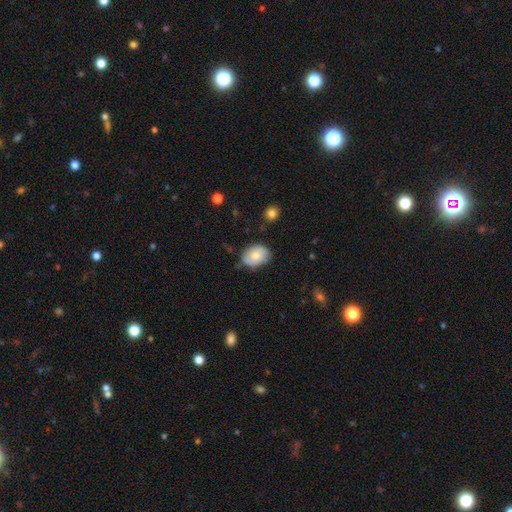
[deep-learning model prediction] smooth_or_featured: smooth (p=0.73) [alt: featured or disk p=0.20]
how_rounded: in between (p=0.72) [alt: round p=0.27]
merging: none (p=0.67) [alt: minor disturbance p=0.26]